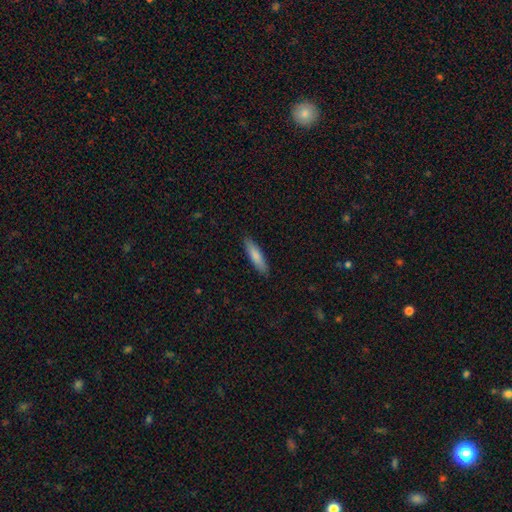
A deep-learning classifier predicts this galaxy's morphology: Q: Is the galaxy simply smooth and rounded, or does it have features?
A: smooth — 81%.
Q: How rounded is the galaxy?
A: cigar-shaped — 75%.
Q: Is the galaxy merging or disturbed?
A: none — 89%.